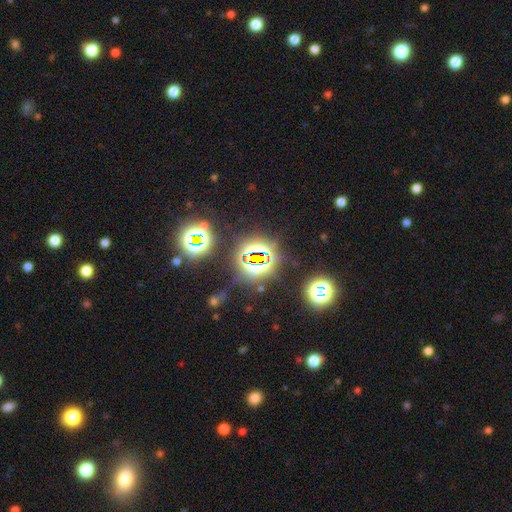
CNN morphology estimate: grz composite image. It shows a star or artifact, not a galaxy (81%).